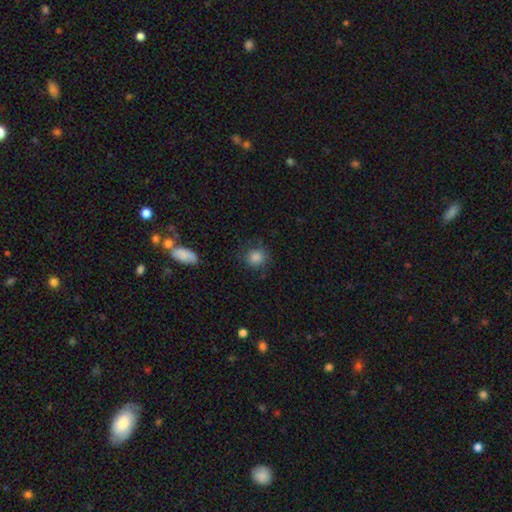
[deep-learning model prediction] Overall: smooth (84%). How rounded: round (84%). Merging: none (79%).